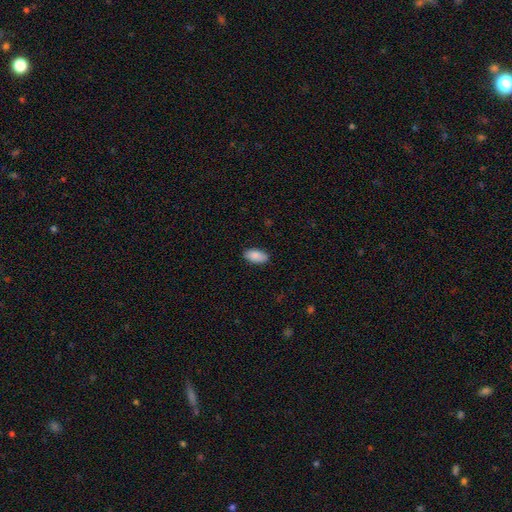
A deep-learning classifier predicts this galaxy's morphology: Smooth or featured?
  - smooth: 89% *
  - star or artifact: 6%
  - featured or disk: 5%
How rounded?
  - in between: 94% *
  - cigar-shaped: 4%
  - round: 2%
Merging?
  - none: 88% *
  - minor disturbance: 9%
  - major disturbance: 2%
  - merger: 1%